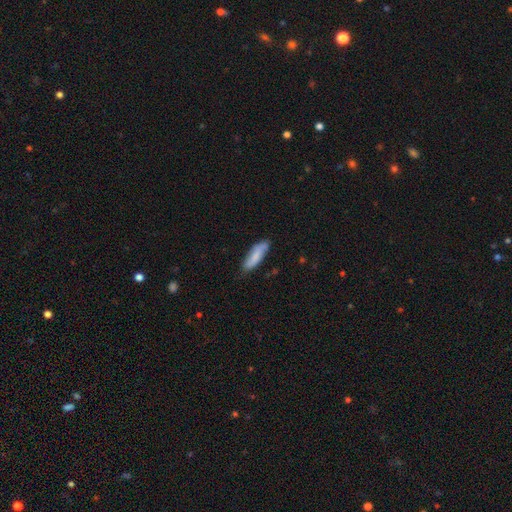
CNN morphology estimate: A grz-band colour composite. It shows a smooth galaxy with no disk features (71%) that is in between round and cigar-shaped (50%). Merging: none (75%).